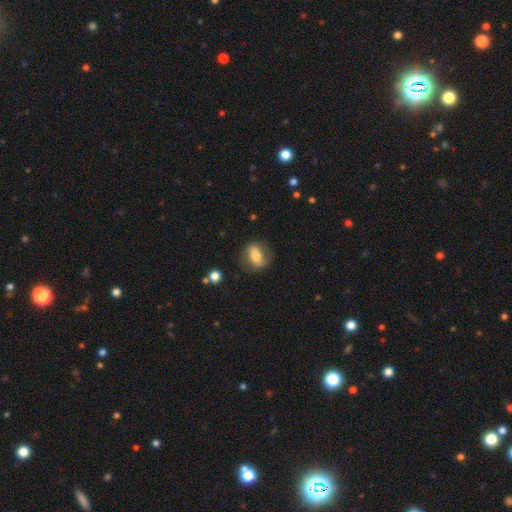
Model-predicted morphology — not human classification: Smooth or featured: smooth — 56% (featured or disk — 36%)
How rounded: in between — 68% (round — 28%)
Merging: none — 72% (minor disturbance — 18%)